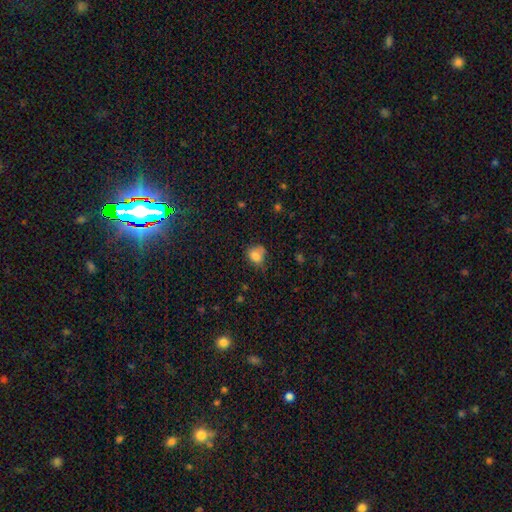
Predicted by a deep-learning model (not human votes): smooth 80%, star or artifact 11%, featured or disk 9%. Down the decision tree: how rounded — round (53%); merging — none (45%).